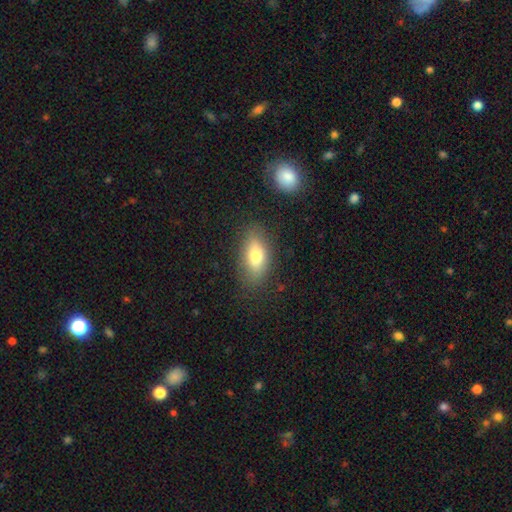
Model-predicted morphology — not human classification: Smooth or featured? smooth (75%)
How rounded? in between (83%)
Merging? none (80%)